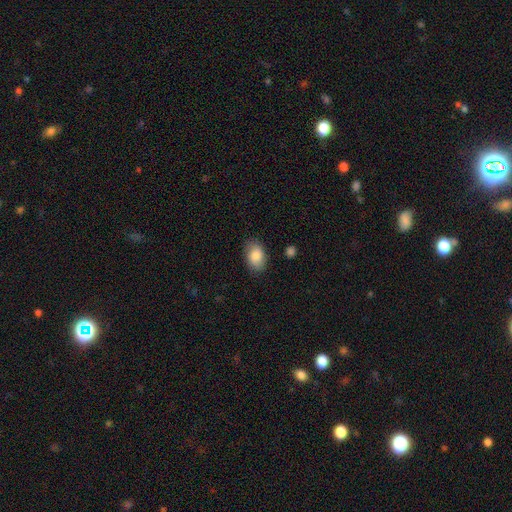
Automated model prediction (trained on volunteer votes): This is clearly a smooth galaxy (85%). How rounded: clearly in between (87%). Merging: clearly none (83%).